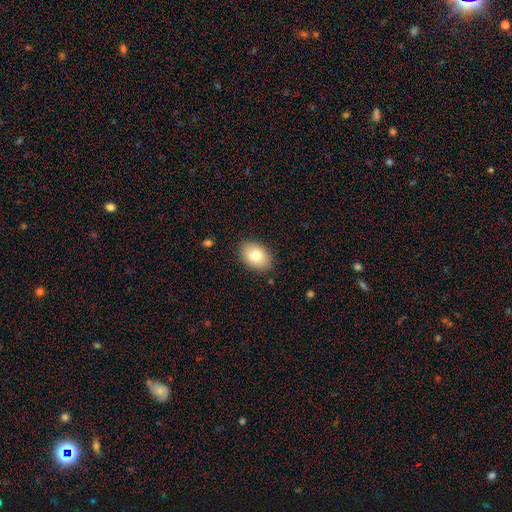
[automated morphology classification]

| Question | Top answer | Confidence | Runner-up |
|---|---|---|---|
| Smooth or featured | smooth | 79% | featured or disk (13%) |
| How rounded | in between | 80% | round (19%) |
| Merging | none | 87% | minor disturbance (10%) |